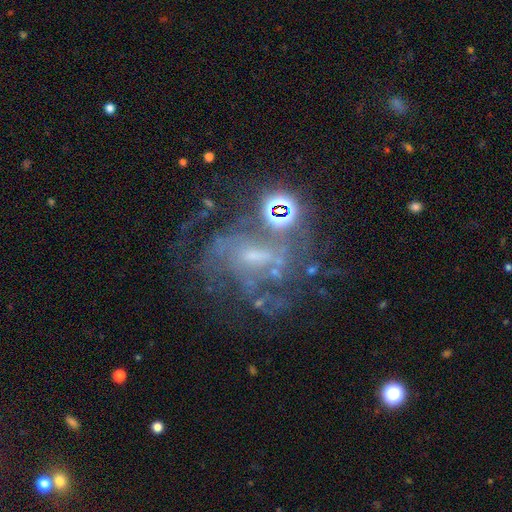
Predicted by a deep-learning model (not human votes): This appears to be a featured or disk galaxy (71%) with a weak bar (44%), medium (44%) spiral arms (78%) and a small central bulge (50%). Merging: none (45%).